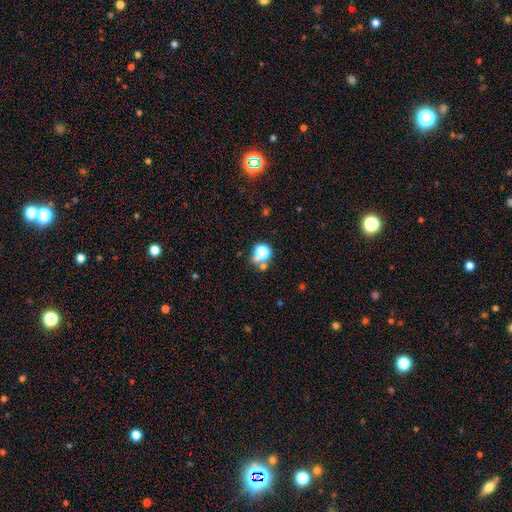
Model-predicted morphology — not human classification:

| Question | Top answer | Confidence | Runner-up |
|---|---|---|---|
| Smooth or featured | smooth | 48% | star or artifact (44%) |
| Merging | none | 67% | merger (15%) |